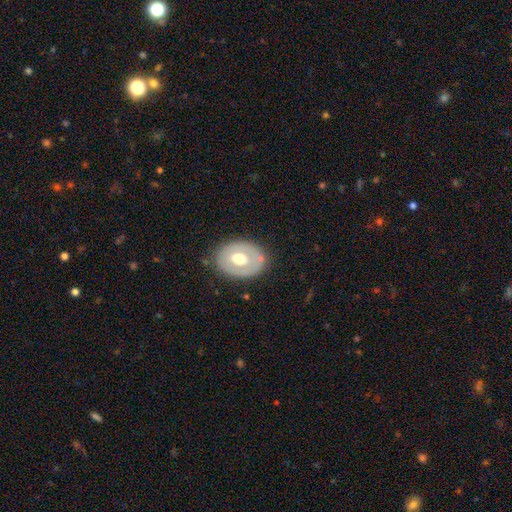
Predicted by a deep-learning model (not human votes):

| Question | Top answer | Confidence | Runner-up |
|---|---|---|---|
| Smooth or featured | featured or disk | 50% | smooth (43%) |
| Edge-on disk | no | 92% | yes (8%) |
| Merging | none | 83% | minor disturbance (12%) |